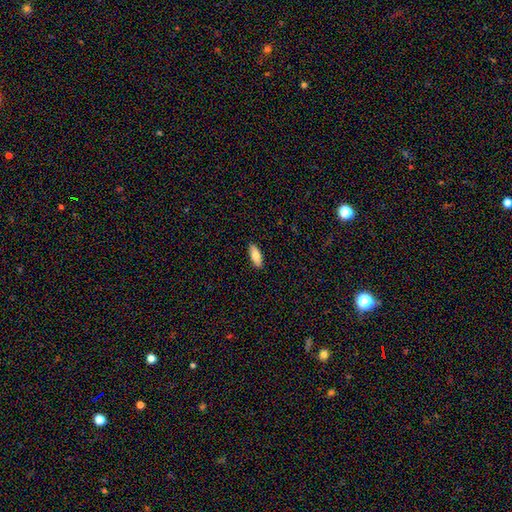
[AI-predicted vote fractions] This is likely a smooth galaxy (79%). How rounded: likely in between (72%). Merging: clearly none (90%).